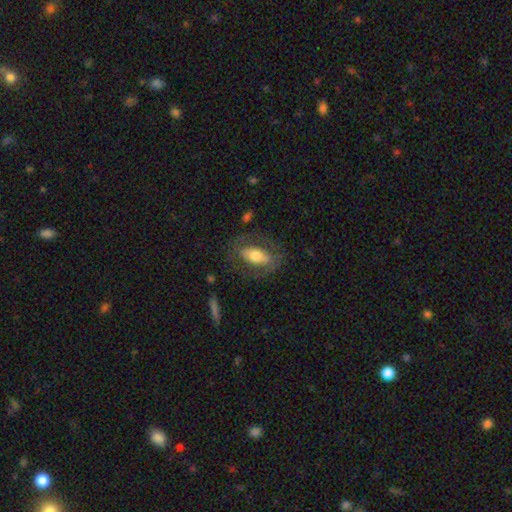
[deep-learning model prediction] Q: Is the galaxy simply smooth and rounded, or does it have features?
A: smooth — 47%.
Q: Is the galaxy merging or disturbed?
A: none — 69%.